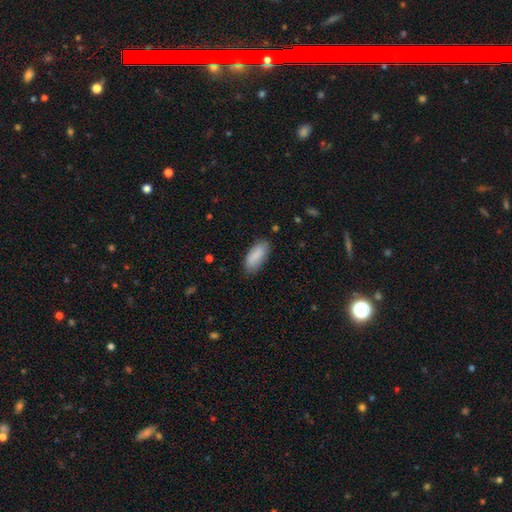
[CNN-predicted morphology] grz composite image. It shows a smooth galaxy with no disk features (88%) that is in between round and cigar-shaped (81%). Merging: none (81%).